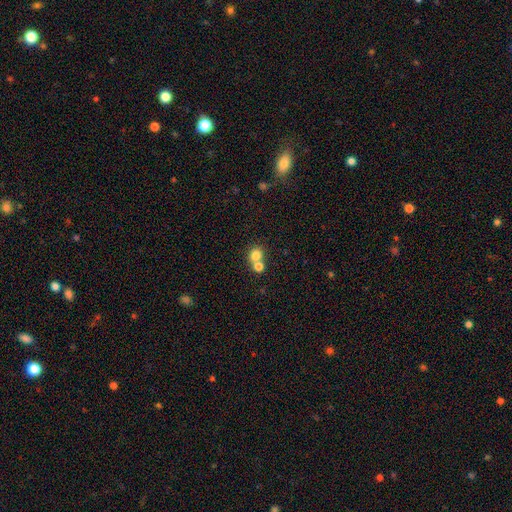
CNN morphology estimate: smooth-or-featured: smooth: 78% | star or artifact: 12% | featured or disk: 10%
  how-rounded: round: 80% | in between: 19% | cigar-shaped: 1%
  merging: merger: 48% | none: 44% | minor disturbance: 6% | major disturbance: 3%